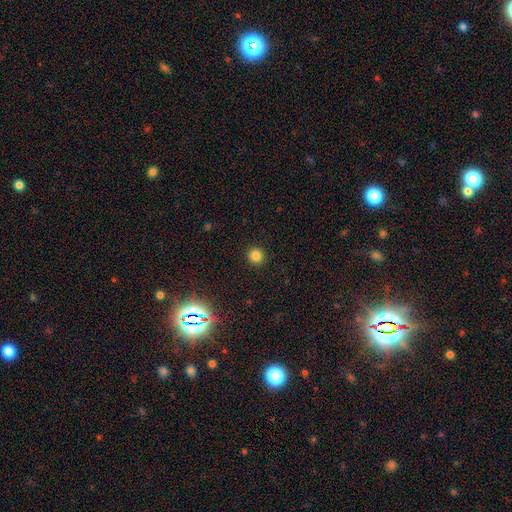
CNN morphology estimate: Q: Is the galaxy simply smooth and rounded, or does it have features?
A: smooth — 82%.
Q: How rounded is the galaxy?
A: round — 95%.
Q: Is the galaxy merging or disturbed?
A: none — 93%.